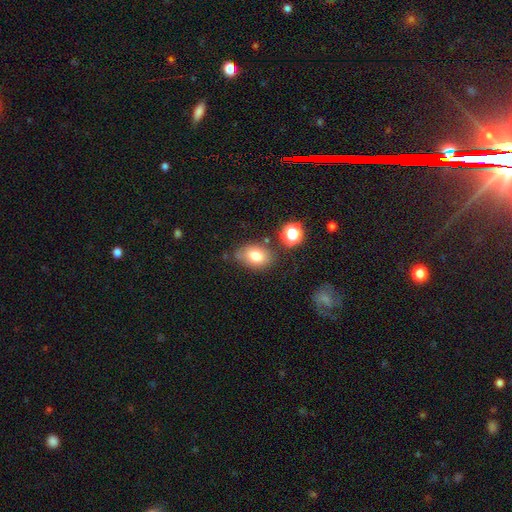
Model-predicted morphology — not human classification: The model was most divided on "merging": none: 70%, minor disturbance: 19%, merger: 7%, major disturbance: 5%. More confident: how rounded — in between (79%); smooth or featured — smooth (78%).